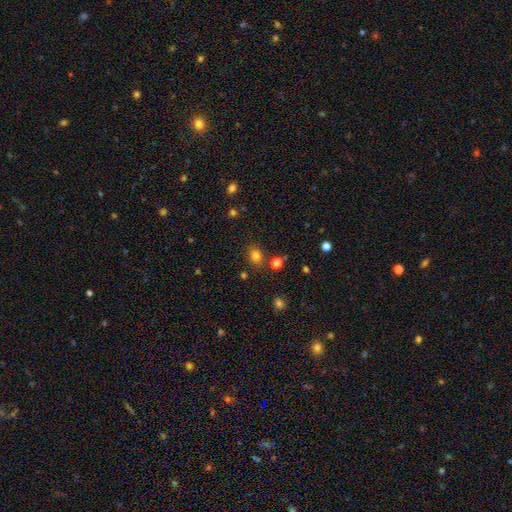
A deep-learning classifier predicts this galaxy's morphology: smooth_or_featured: smooth (p=0.79) [alt: star or artifact p=0.15]
how_rounded: round (p=0.55) [alt: in between p=0.44]
merging: none (p=0.81) [alt: minor disturbance p=0.11]